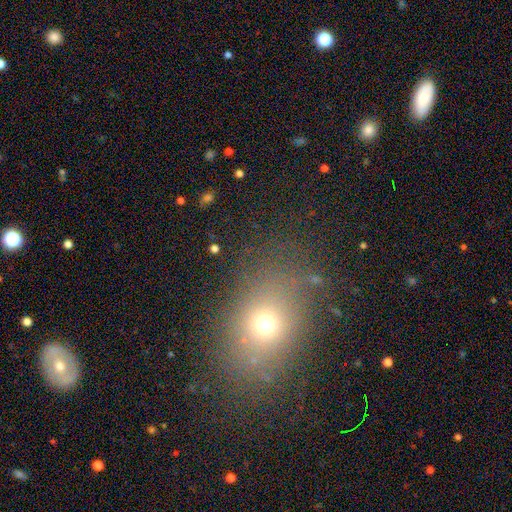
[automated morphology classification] Smooth or featured?
  - smooth: 62% *
  - star or artifact: 24%
  - featured or disk: 13%
How rounded?
  - in between: 59% *
  - round: 39%
  - cigar-shaped: 2%
Merging?
  - none: 79% *
  - minor disturbance: 12%
  - major disturbance: 6%
  - merger: 3%